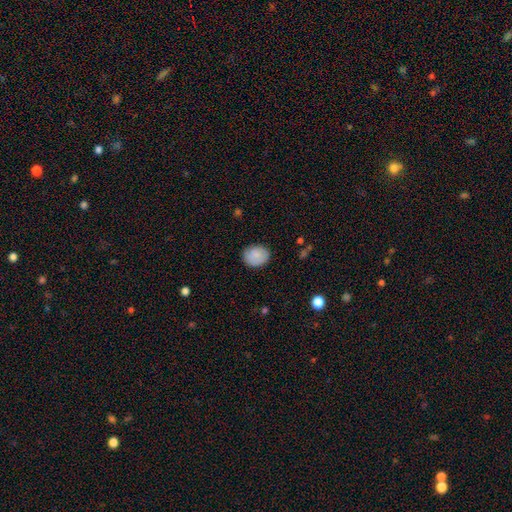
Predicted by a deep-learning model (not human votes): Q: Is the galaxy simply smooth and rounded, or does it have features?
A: smooth — 86%.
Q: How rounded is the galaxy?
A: round — 50%.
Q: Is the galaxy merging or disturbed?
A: none — 85%.